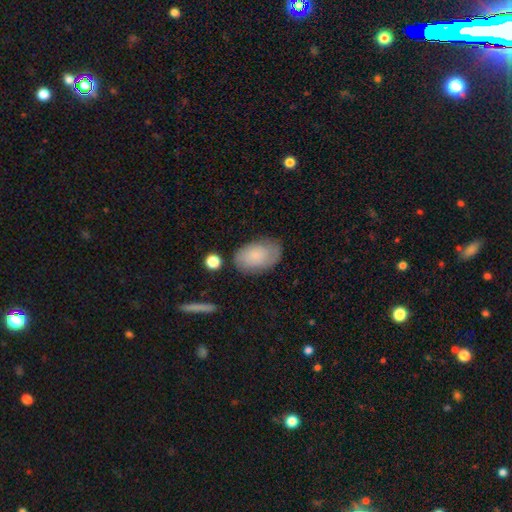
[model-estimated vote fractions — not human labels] Q: Smooth or featured?
A: smooth (76%); runner-up: featured or disk (17%)
Q: How rounded?
A: in between (91%); runner-up: round (7%)
Q: Merging?
A: none (71%); runner-up: minor disturbance (20%)